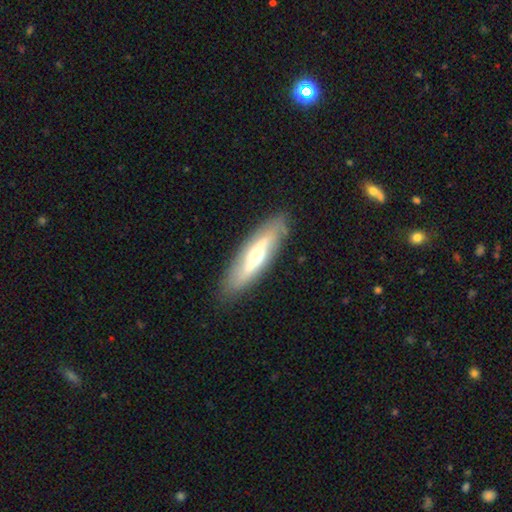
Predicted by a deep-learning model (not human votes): This is possibly a featured or disk galaxy (59%). It is possibly not viewed edge-on (57%). Merging: clearly none (84%).